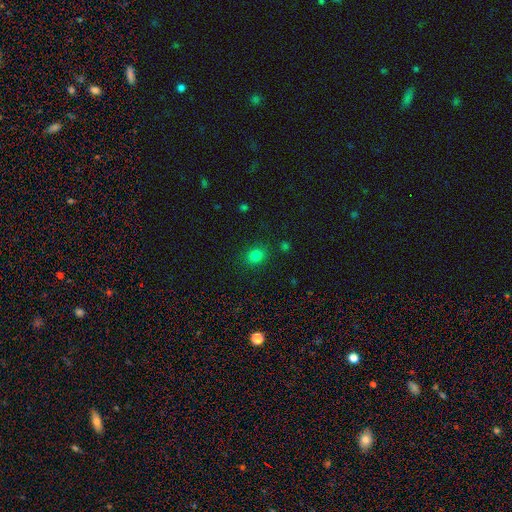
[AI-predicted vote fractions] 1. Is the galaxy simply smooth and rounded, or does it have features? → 79% smooth, 16% star or artifact, 5% featured or disk.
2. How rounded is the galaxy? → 63% round, 36% in between, 1% cigar-shaped.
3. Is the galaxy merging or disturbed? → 87% none, 9% minor disturbance, 3% major disturbance, 2% merger.